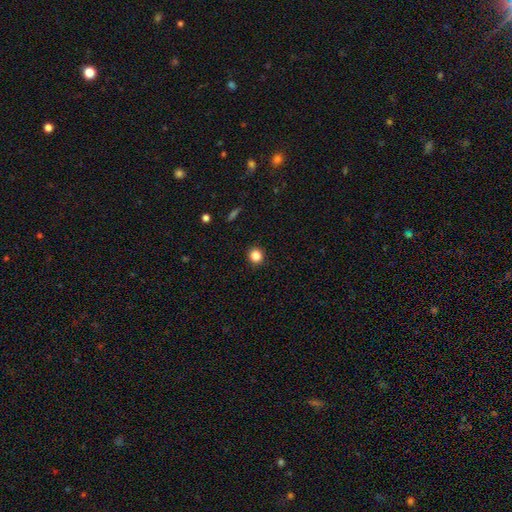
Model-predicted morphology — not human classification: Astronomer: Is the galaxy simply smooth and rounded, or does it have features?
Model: smooth — 85%.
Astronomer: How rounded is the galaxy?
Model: round — 93%.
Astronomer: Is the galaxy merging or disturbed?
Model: none — 92%.